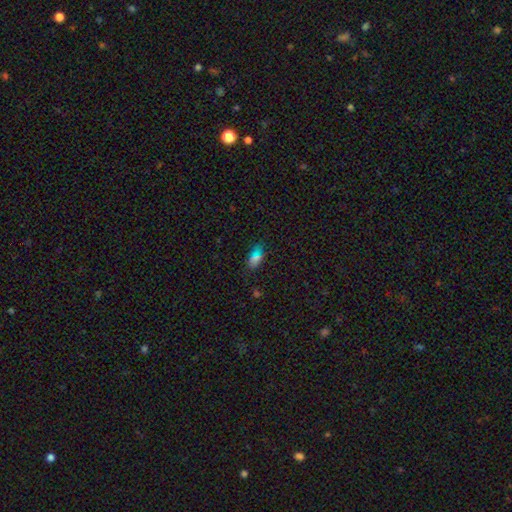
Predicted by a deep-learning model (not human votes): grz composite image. It shows a smooth galaxy with no disk features (70%) that is in between round and cigar-shaped (87%). Merging: none (78%).